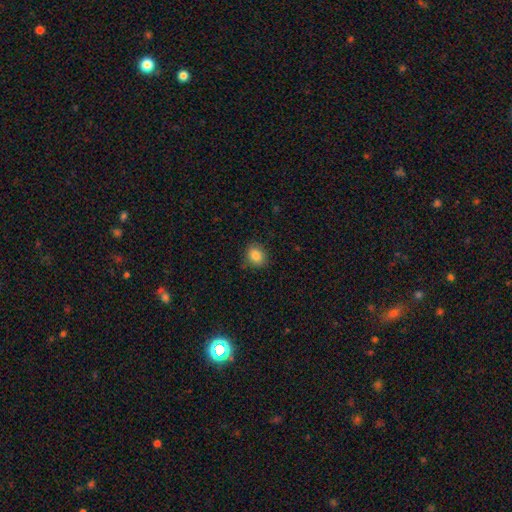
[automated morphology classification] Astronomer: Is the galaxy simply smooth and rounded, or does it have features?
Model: smooth — 85%.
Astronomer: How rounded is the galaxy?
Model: round — 56% (runner-up: in between, 43%).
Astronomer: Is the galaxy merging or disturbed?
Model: none — 84%.